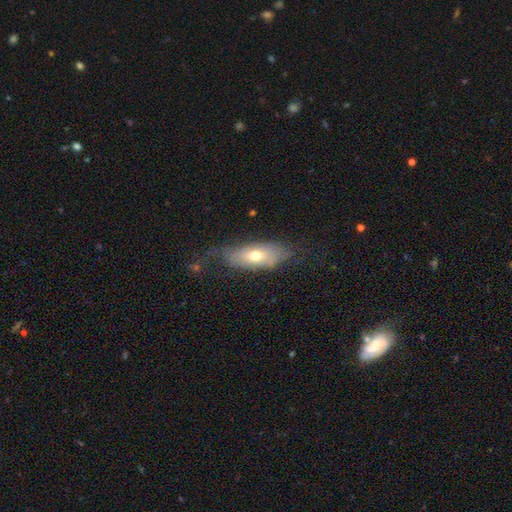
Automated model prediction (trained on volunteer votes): Overall: smooth (56%; featured or disk 36%). How rounded: in between (79%). Merging: none (60%; minor disturbance 26%).